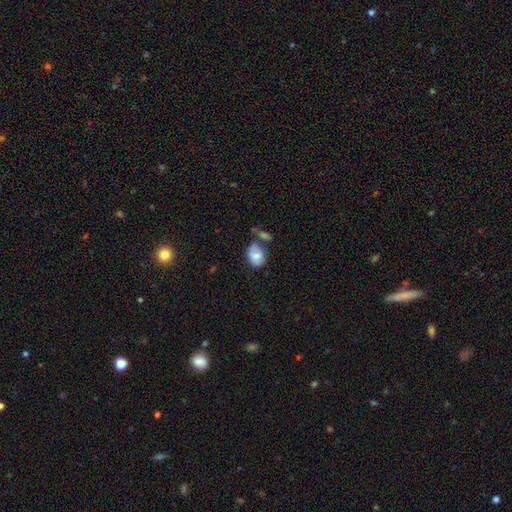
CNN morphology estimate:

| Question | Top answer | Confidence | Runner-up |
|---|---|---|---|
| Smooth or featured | smooth | 74% | featured or disk (19%) |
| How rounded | in between | 70% | round (29%) |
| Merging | none | 45% | minor disturbance (24%) |